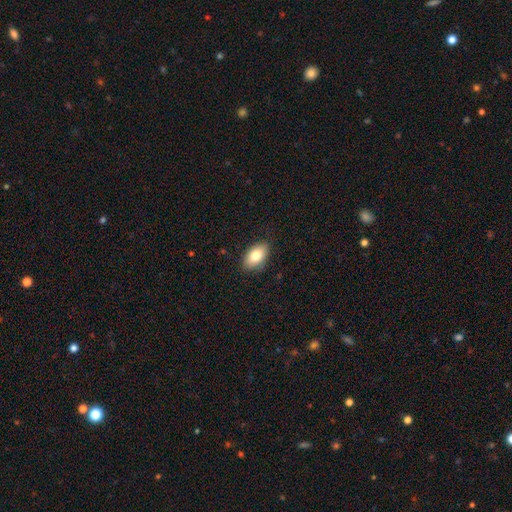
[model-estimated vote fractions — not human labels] Morphology: type=smooth (80%); roundness=in between (92%); merging=none (86%).